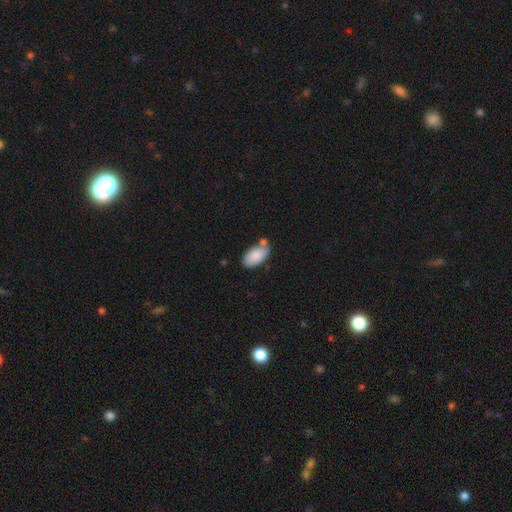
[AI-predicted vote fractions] Smooth or featured? smooth (87%)
How rounded? in between (95%)
Merging? none (60%)